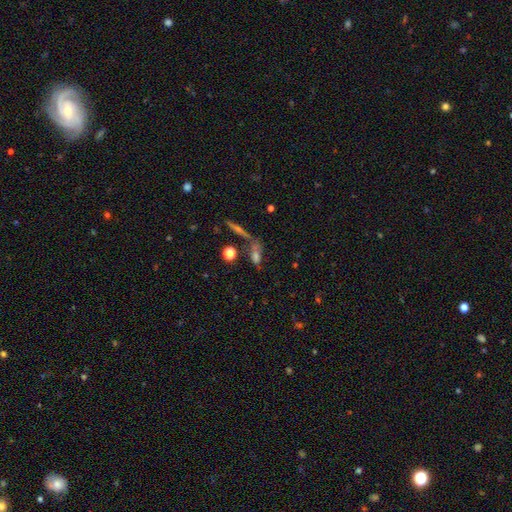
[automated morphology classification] The model was most divided on "smooth or featured": smooth: 47%, featured or disk: 28%, star or artifact: 24%. Remaining: merging — none (48%).